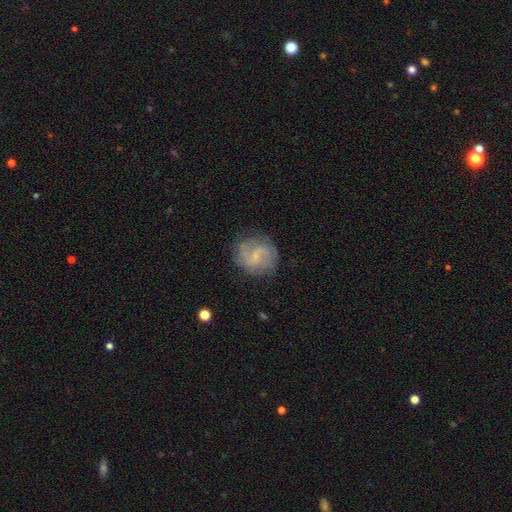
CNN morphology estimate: Smooth or featured: featured or disk — 66% (smooth — 26%)
Edge-on disk: no — 98% (yes — 2%)
Bar: weak — 53% (no — 36%)
Spiral arms: yes — 88% (no — 12%)
Spiral winding: medium — 44% (loose — 33%)
Spiral arm count: 2 — 69% (can't tell — 18%)
Bulge size: small — 67% (none — 16%)
Merging: none — 74% (minor disturbance — 17%)